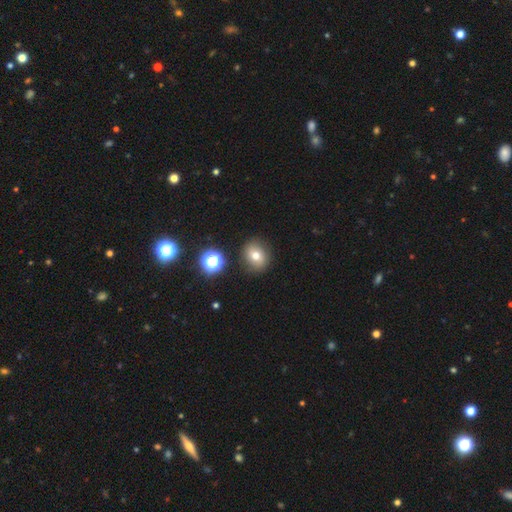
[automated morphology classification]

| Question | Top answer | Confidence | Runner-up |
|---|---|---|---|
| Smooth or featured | smooth | 73% | star or artifact (15%) |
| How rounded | round | 69% | in between (30%) |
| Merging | none | 85% | minor disturbance (9%) |